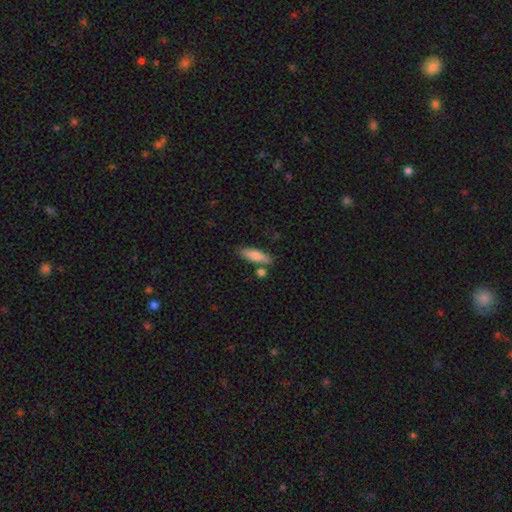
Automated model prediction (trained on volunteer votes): Smooth or featured: smooth — 79% (featured or disk — 15%)
How rounded: cigar-shaped — 55% (in between — 42%)
Merging: none — 75% (minor disturbance — 12%)